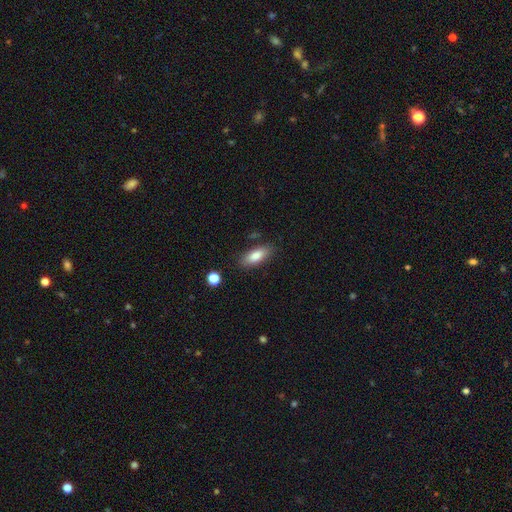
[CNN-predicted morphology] smooth_or_featured: smooth (p=0.82) [alt: featured or disk p=0.11]
how_rounded: in between (p=0.77) [alt: cigar-shaped p=0.20]
merging: none (p=0.83) [alt: minor disturbance p=0.12]